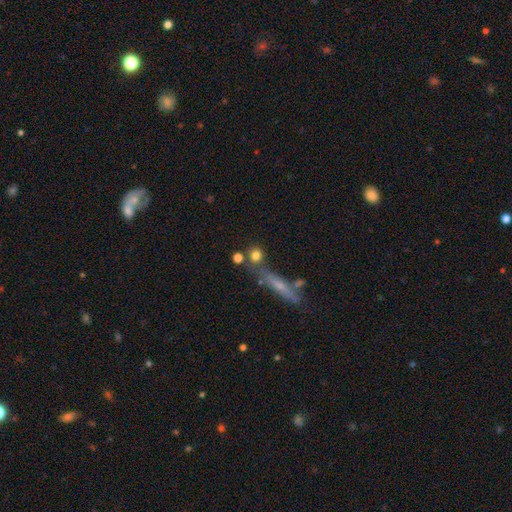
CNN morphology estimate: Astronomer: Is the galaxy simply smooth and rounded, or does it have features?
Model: smooth — 77%.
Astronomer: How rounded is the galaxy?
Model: round — 77%.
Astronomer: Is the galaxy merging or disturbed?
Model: none — 69%.